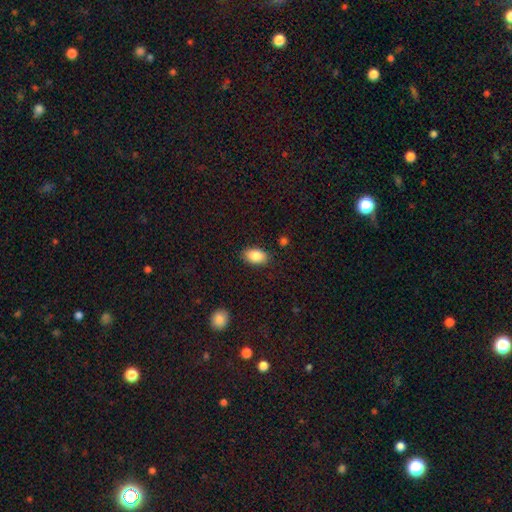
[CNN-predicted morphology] Overall: smooth (85%). How rounded: in between (91%). Merging: none (85%).